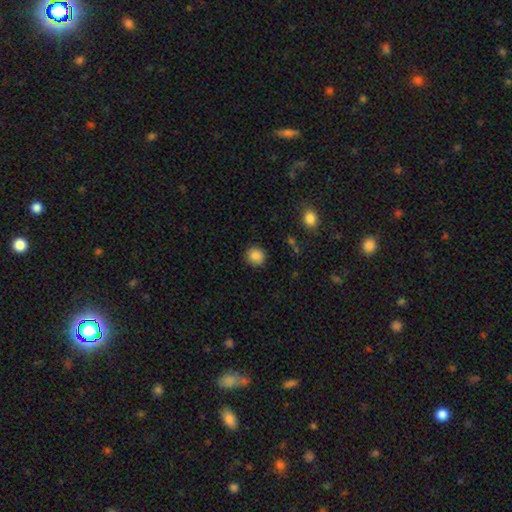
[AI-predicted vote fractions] This appears to be a smooth galaxy with no disk features (86%) that is round (89%). Merging: none (89%).